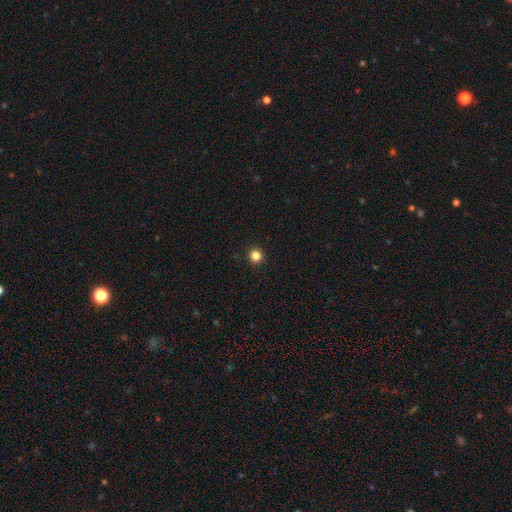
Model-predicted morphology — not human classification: Smooth or featured?
  - smooth: 83% *
  - star or artifact: 13%
  - featured or disk: 4%
How rounded?
  - round: 95% *
  - in between: 4%
  - cigar-shaped: 1%
Merging?
  - none: 94% *
  - minor disturbance: 4%
  - major disturbance: 1%
  - merger: 1%